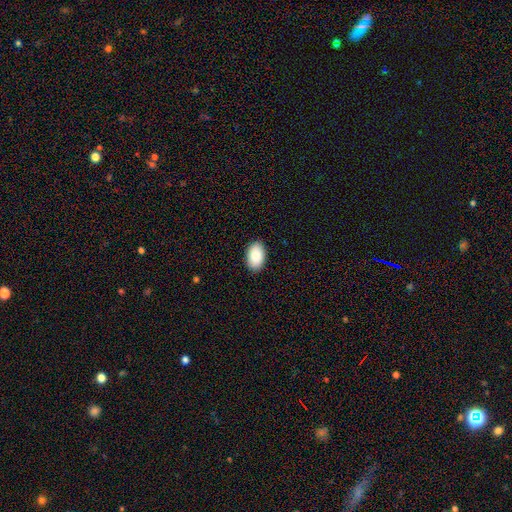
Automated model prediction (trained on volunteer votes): Smooth or featured?
  - smooth: 88% *
  - star or artifact: 6%
  - featured or disk: 5%
How rounded?
  - in between: 93% *
  - round: 5%
  - cigar-shaped: 1%
Merging?
  - none: 90% *
  - minor disturbance: 7%
  - major disturbance: 2%
  - merger: 1%